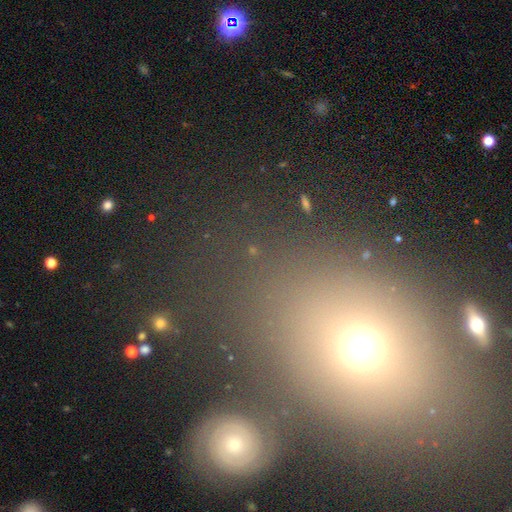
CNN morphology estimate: This appears to be a smooth galaxy with no disk features (57%) that is round (51%). Merging: none (75%).